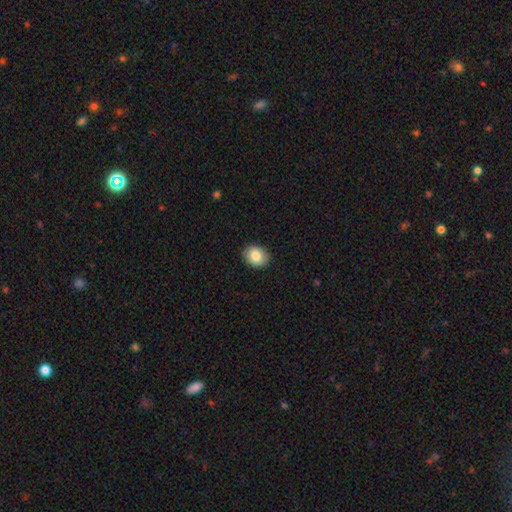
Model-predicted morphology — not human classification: A smooth galaxy with no disk features (86%) that is in between round and cigar-shaped (50%, tied with round).

Vote fractions:
- Smooth or featured? smooth: 86% / star or artifact: 8% / featured or disk: 7%
- How rounded? in between: 50% (tied) / round: 50% (tied) / cigar-shaped: 1%
- Merging? none: 88% / minor disturbance: 9% / major disturbance: 2% / merger: 1%